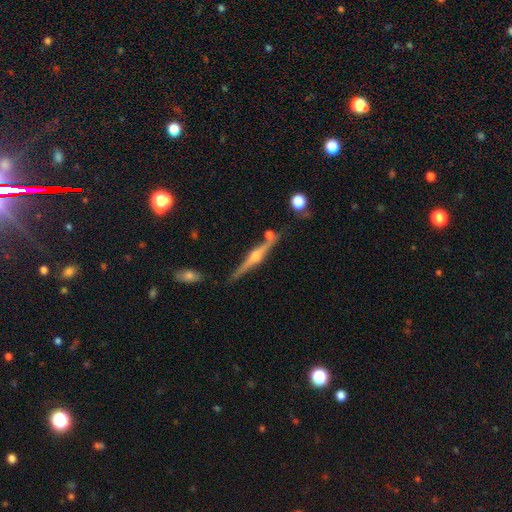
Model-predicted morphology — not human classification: Q: Smooth or featured?
A: featured or disk (82%); runner-up: smooth (11%)
Q: Edge-on disk?
A: yes (98%); runner-up: no (2%)
Q: Edge-on bulge?
A: rounded (92%); runner-up: boxy (4%)
Q: Merging?
A: none (81%); runner-up: minor disturbance (10%)